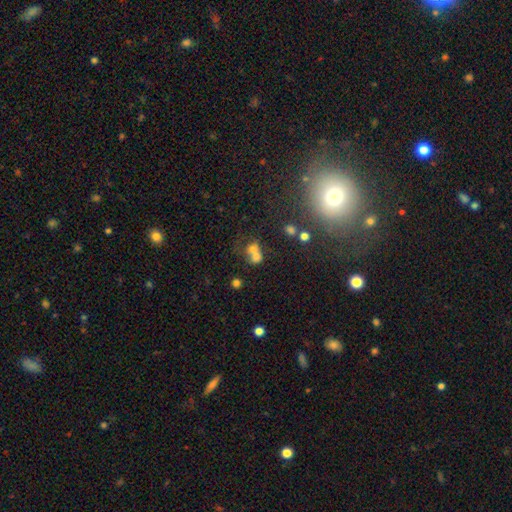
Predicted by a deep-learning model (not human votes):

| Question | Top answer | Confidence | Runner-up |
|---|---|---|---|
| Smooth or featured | smooth | 66% | featured or disk (18%) |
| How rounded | round | 61% | in between (38%) |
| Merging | merger | 61% | none (25%) |